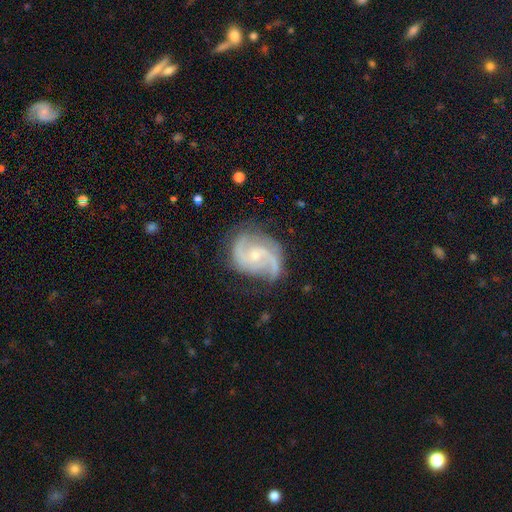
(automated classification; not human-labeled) This appears to be a featured or disk galaxy (90%) with no bar (56%), 2 (81%) medium (54%) spiral arms (98%) and a small central bulge (62%). Merging: none (70%).